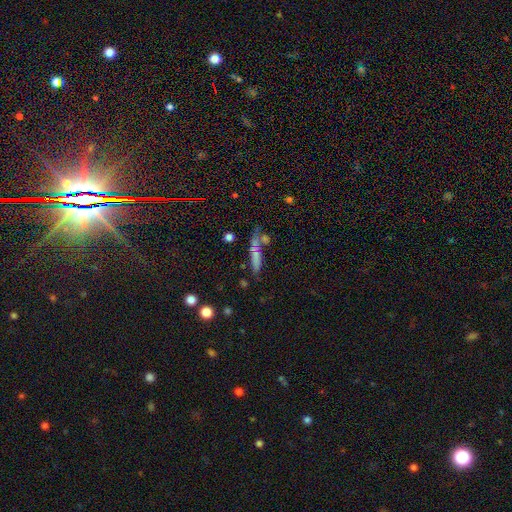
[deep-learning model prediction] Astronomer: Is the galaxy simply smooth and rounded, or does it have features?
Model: smooth — 64%.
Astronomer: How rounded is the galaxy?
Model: cigar-shaped — 78%.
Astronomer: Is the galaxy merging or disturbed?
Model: none — 58%.